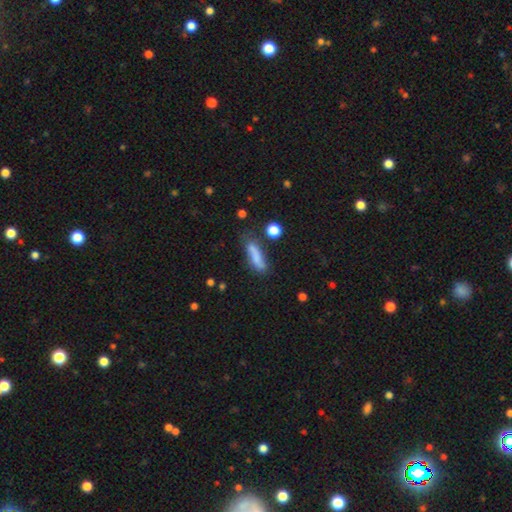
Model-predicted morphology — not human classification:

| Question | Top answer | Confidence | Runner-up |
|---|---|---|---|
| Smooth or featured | smooth | 74% | featured or disk (17%) |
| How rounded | cigar-shaped | 64% | in between (33%) |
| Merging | none | 58% | minor disturbance (25%) |